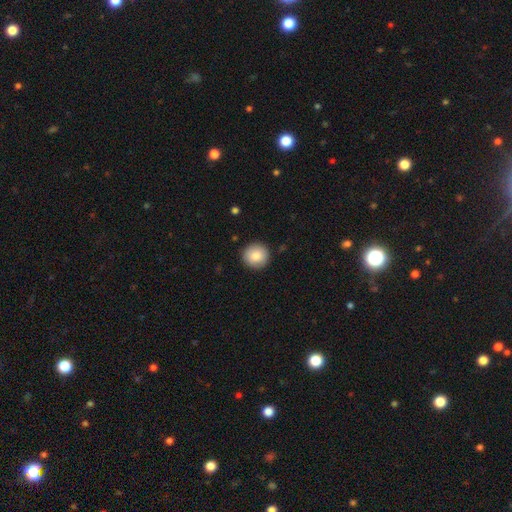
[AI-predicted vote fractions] Overall: smooth (85%). How rounded: round (95%). Merging: none (91%).